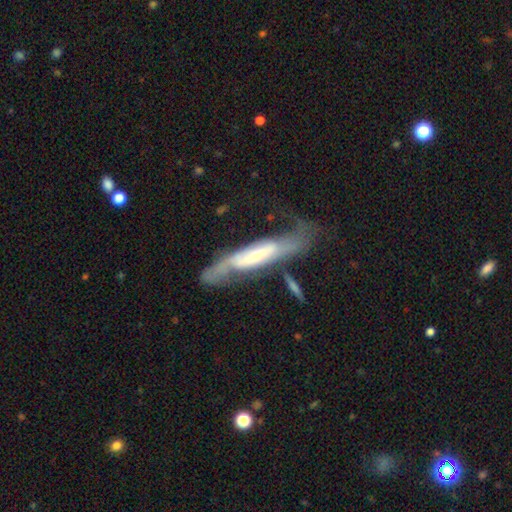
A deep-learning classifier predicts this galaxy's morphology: A featured or disk galaxy (74%). Merging: none (43%).